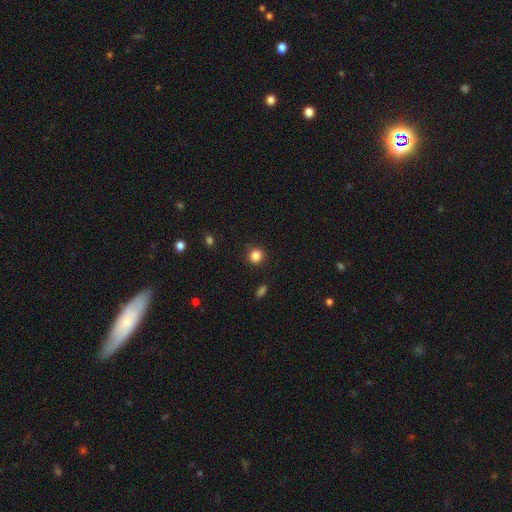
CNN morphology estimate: A smooth galaxy with no disk features (85%) that is round (90%). Merging: none (87%).